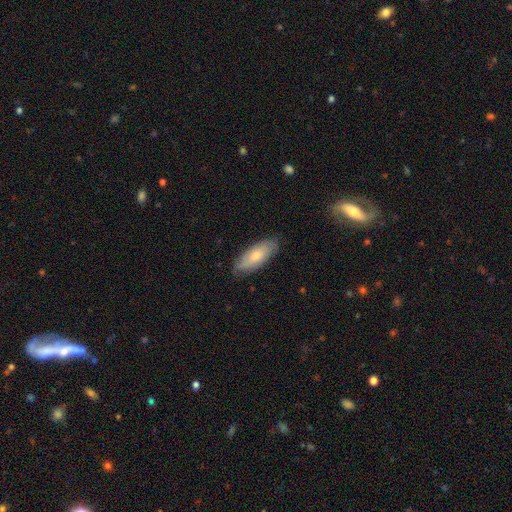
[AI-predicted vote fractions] This appears to be a smooth galaxy with no disk features (67%) that is in between round and cigar-shaped (76%). Merging: none (80%).